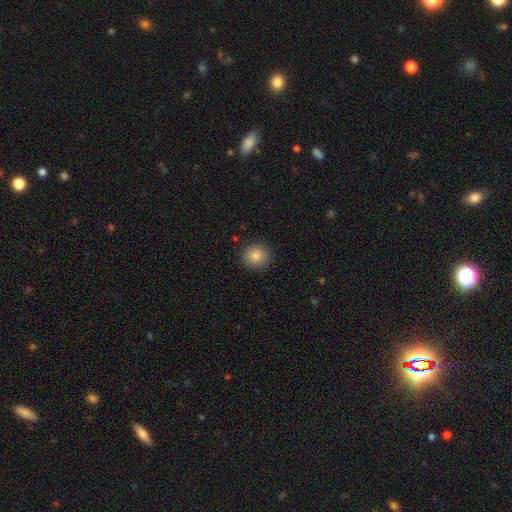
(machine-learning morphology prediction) This appears to be a smooth galaxy with no disk features (85%) that is round (90%). Merging: none (90%).